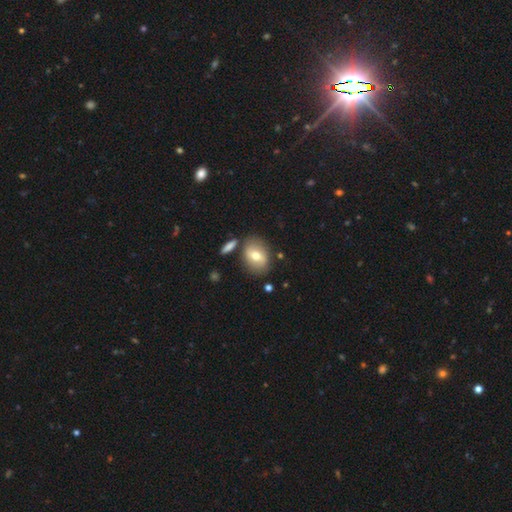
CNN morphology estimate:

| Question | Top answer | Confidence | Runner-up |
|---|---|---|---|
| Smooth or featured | smooth | 62% | featured or disk (31%) |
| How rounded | in between | 70% | round (28%) |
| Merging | none | 75% | minor disturbance (13%) |